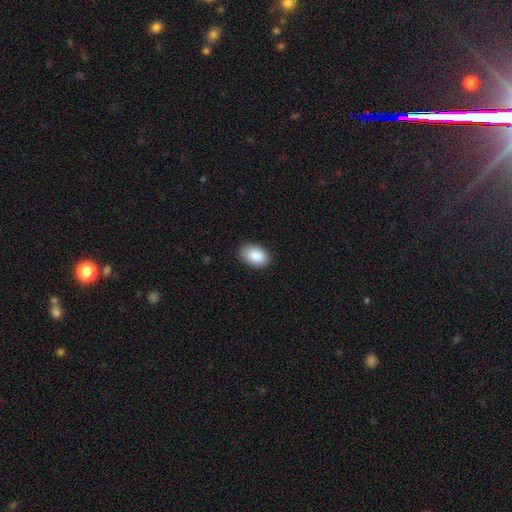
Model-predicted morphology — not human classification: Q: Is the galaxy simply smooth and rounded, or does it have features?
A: smooth — 90%.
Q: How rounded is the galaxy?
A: in between — 92%.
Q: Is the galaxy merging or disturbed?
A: none — 86%.